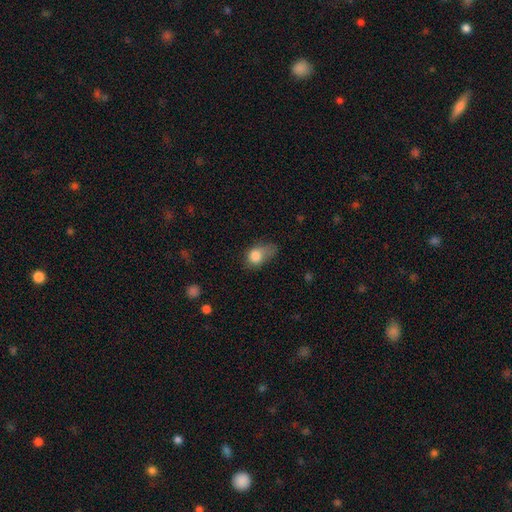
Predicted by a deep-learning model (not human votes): A smooth galaxy with no disk features (80%) that is in between round and cigar-shaped (68%).

Vote fractions:
- Smooth or featured? smooth: 80% / featured or disk: 11% / star or artifact: 9%
- How rounded? in between: 68% / round: 30% / cigar-shaped: 2%
- Merging? minor disturbance: 38% / major disturbance: 34% / none: 24% / merger: 4%